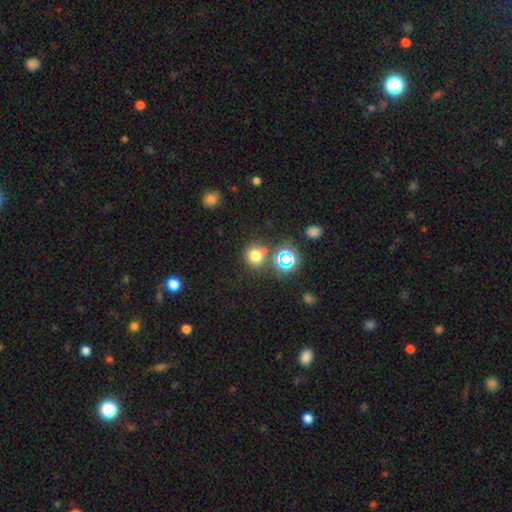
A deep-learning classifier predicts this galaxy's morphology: A smooth galaxy with no disk features (69%) that is round (86%).

Vote fractions:
- Smooth or featured? smooth: 69% / star or artifact: 25% / featured or disk: 7%
- How rounded? round: 86% / in between: 13% / cigar-shaped: 1%
- Merging? none: 70% / merger: 16% / minor disturbance: 10% / major disturbance: 4%